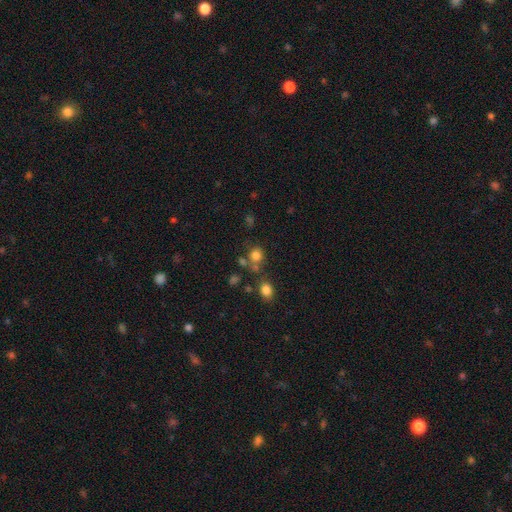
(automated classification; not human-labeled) Smooth or featured: smooth — 77% (star or artifact — 15%)
How rounded: round — 74% (in between — 25%)
Merging: none — 56% (merger — 23%)